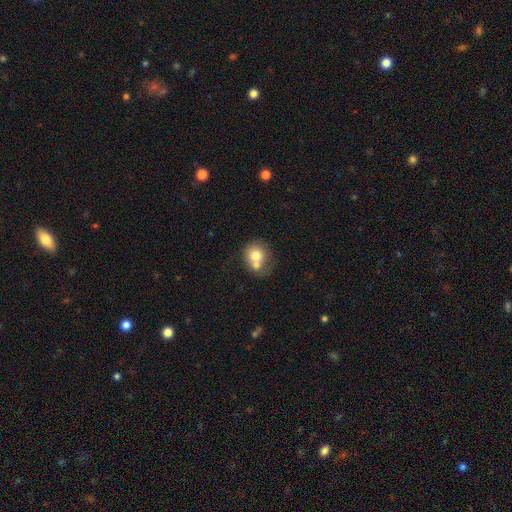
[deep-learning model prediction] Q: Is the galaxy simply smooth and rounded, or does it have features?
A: smooth — 70%.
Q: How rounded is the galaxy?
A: round — 77%.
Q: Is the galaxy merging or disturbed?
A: merger — 53%.